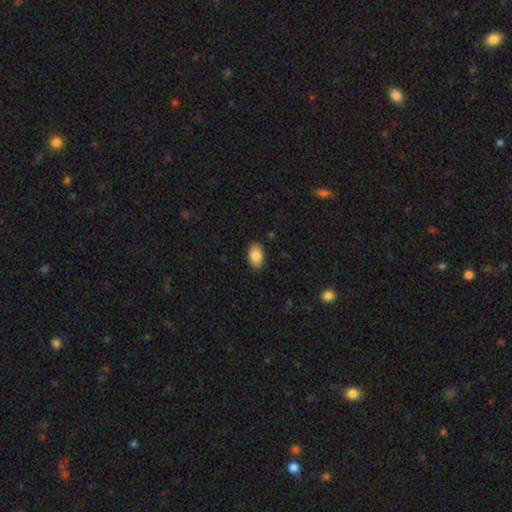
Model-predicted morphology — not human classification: Smooth or featured? Predicted: smooth (p=0.86). How rounded? Predicted: in between (p=0.93). Merging? Predicted: none (p=0.88).